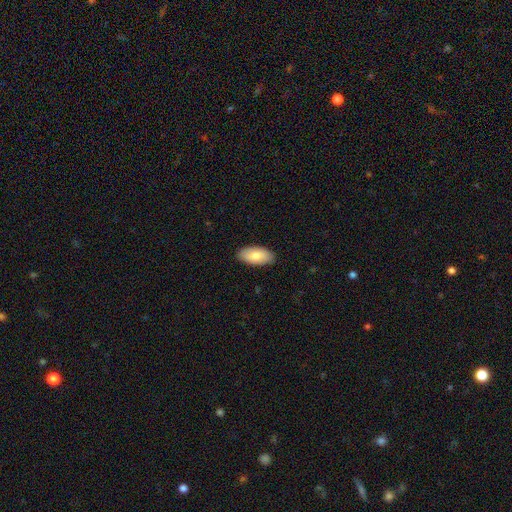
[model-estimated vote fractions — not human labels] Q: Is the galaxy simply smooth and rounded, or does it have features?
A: smooth — 79%.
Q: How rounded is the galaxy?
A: in between — 93%.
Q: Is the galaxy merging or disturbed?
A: none — 89%.